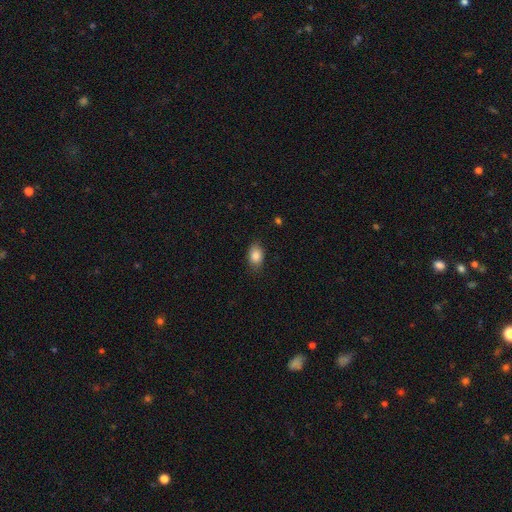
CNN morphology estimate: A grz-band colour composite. It shows a smooth galaxy with no disk features (85%) that is in between round and cigar-shaped (80%). Merging: none (81%).